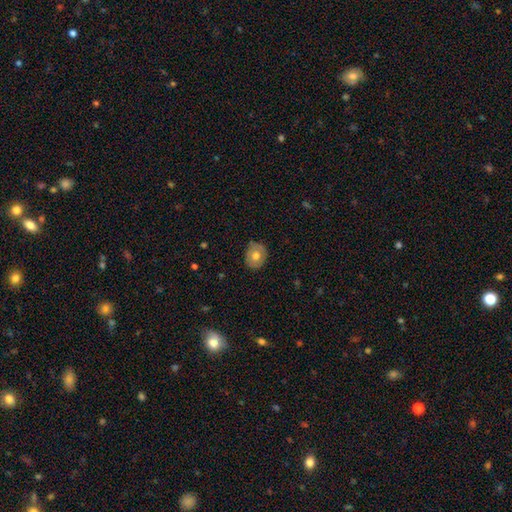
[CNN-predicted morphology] This appears to be a smooth galaxy with no disk features (66%) that is round (62%). Merging: none (80%).